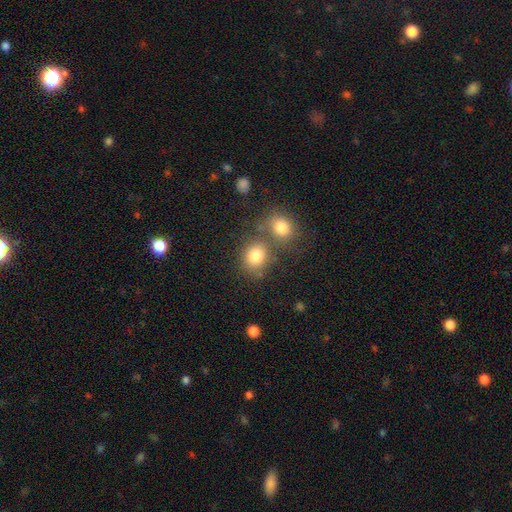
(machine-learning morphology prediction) smooth-or-featured: smooth: 80% | star or artifact: 12% | featured or disk: 8%
  how-rounded: round: 69% | in between: 30% | cigar-shaped: 1%
  merging: none: 58% | merger: 28% | minor disturbance: 10% | major disturbance: 4%